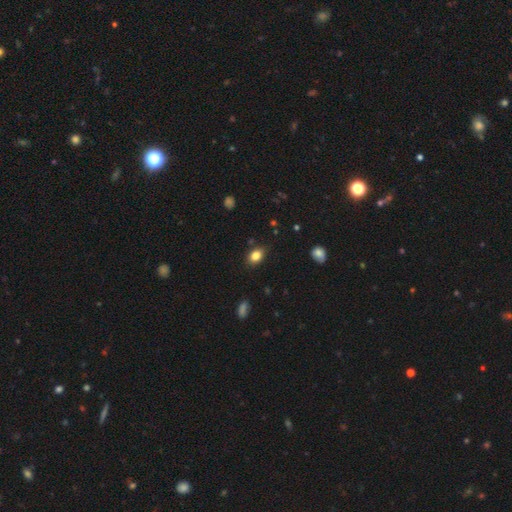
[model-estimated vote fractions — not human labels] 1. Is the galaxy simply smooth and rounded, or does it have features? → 84% smooth, 10% star or artifact, 6% featured or disk.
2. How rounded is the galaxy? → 72% in between, 27% round, 1% cigar-shaped.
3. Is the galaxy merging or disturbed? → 83% none, 13% minor disturbance, 3% major disturbance, 2% merger.